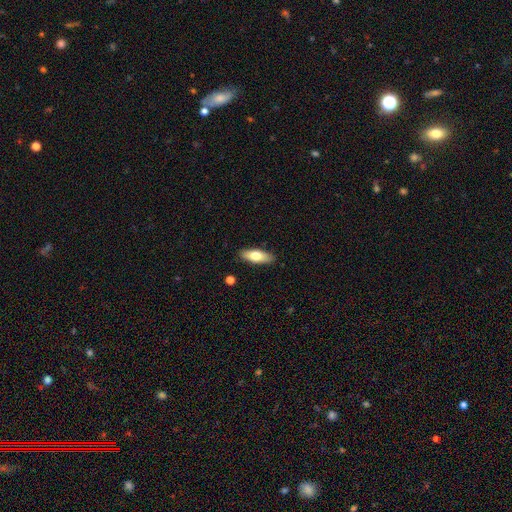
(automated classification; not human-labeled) Smooth or featured? Predicted: smooth (p=0.68). How rounded? Predicted: in between (p=0.70). Merging? Predicted: none (p=0.89).